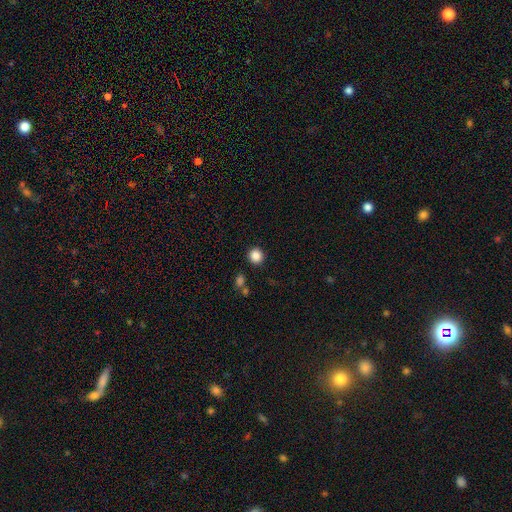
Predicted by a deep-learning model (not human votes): Smooth or featured?
  - smooth: 86% *
  - star or artifact: 10%
  - featured or disk: 4%
How rounded?
  - round: 93% *
  - in between: 6%
  - cigar-shaped: 1%
Merging?
  - none: 90% *
  - minor disturbance: 5%
  - merger: 2%
  - major disturbance: 2%